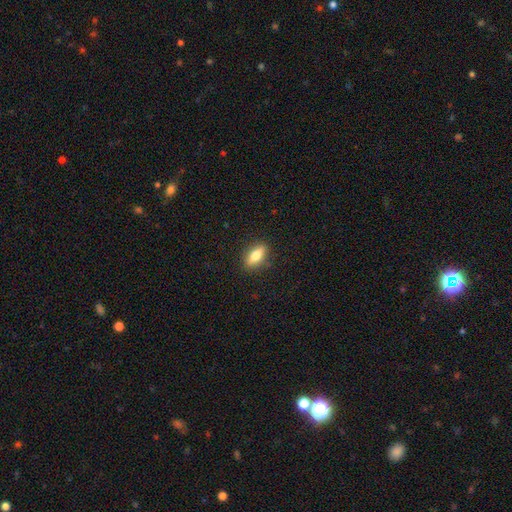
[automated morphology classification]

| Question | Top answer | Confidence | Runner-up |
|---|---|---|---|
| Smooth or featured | smooth | 65% | featured or disk (28%) |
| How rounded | in between | 71% | cigar-shaped (23%) |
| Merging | none | 87% | minor disturbance (9%) |